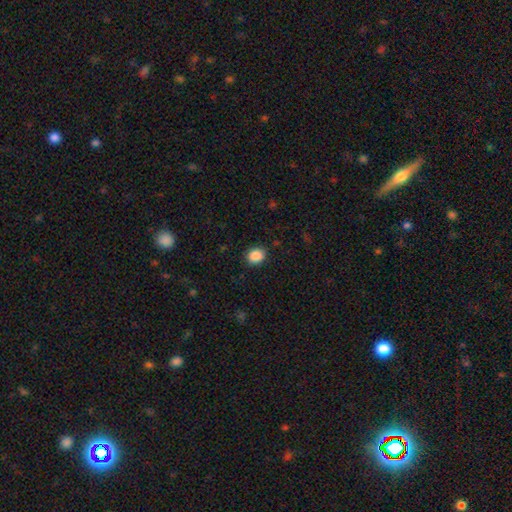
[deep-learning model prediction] Smooth or featured? smooth (88%)
How rounded? round (59%)
Merging? none (88%)